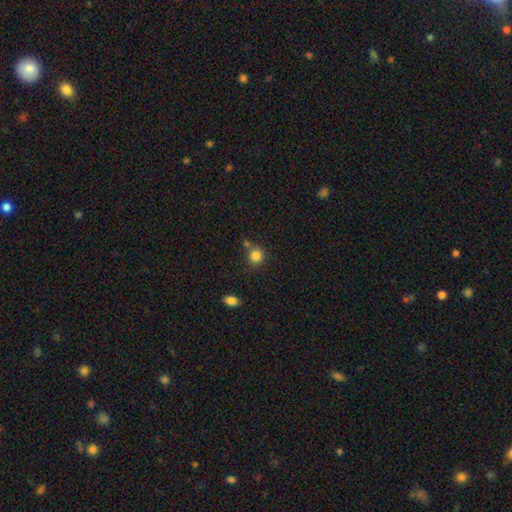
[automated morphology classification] Smooth or featured? Predicted: smooth (p=0.84). How rounded? Predicted: round (p=0.88). Merging? Predicted: none (p=0.67).